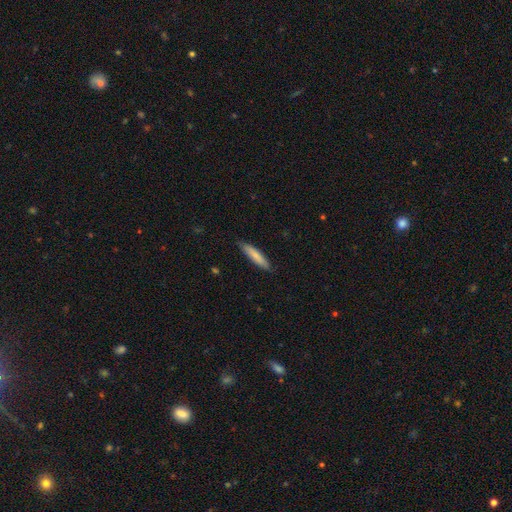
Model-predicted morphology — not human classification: Smooth or featured? Predicted: smooth (p=0.77). How rounded? Predicted: cigar-shaped (p=0.81). Merging? Predicted: none (p=0.84).